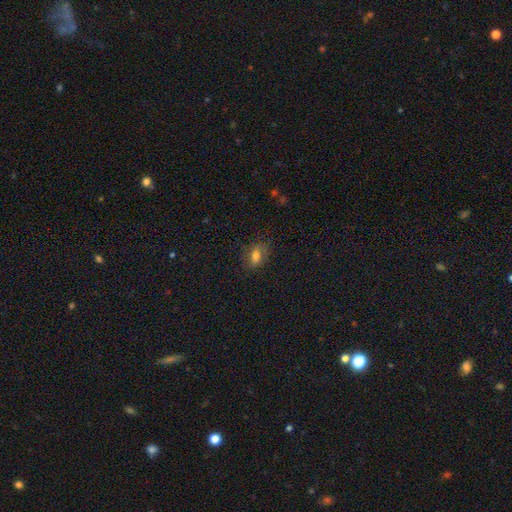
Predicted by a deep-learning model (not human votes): Overall: smooth (70%). How rounded: in between (78%). Merging: none (77%).